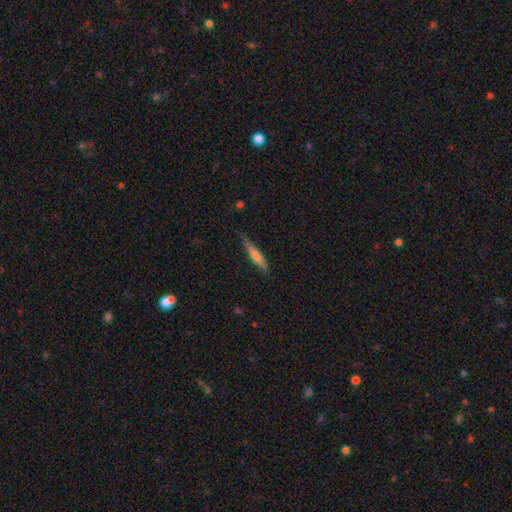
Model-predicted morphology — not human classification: Smooth or featured? smooth (61%)
How rounded? cigar-shaped (91%)
Merging? none (73%)